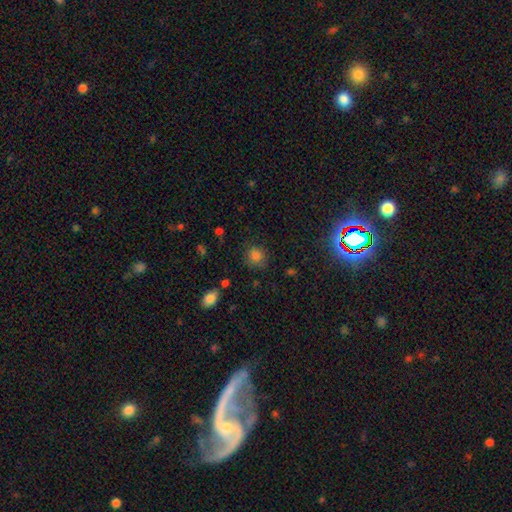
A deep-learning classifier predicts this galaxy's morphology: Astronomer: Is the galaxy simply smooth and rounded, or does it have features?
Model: smooth — 81%.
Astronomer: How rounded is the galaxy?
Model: round — 86%.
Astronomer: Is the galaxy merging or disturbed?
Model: none — 81%.